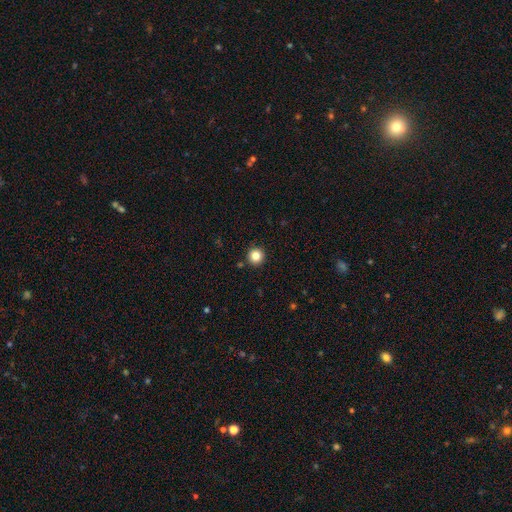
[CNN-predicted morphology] smooth-or-featured: smooth: 84% | star or artifact: 12% | featured or disk: 5%
  how-rounded: round: 95% | in between: 4% | cigar-shaped: 1%
  merging: none: 91% | minor disturbance: 5% | merger: 2% | major disturbance: 2%